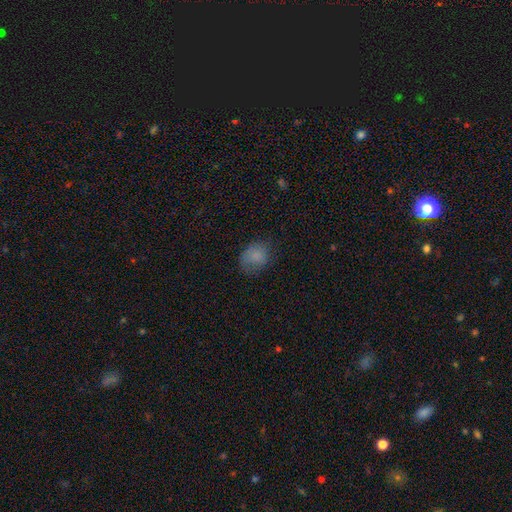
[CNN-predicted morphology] type=smooth (79%); roundness=round (50%); merging=none (61%).